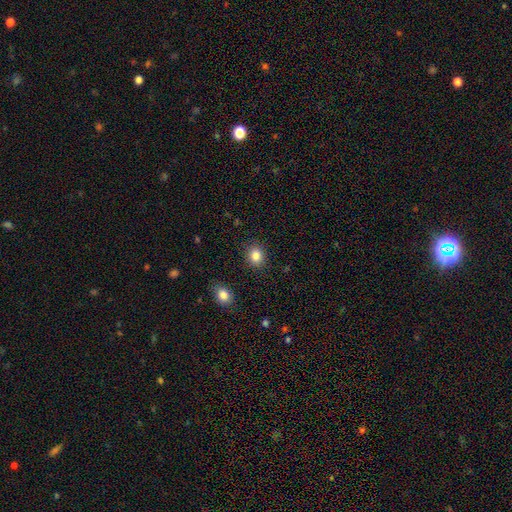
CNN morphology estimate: The model was most divided on "how rounded": round: 69%, in between: 30%, cigar-shaped: 1%. More confident: merging — none (89%); smooth or featured — smooth (84%).